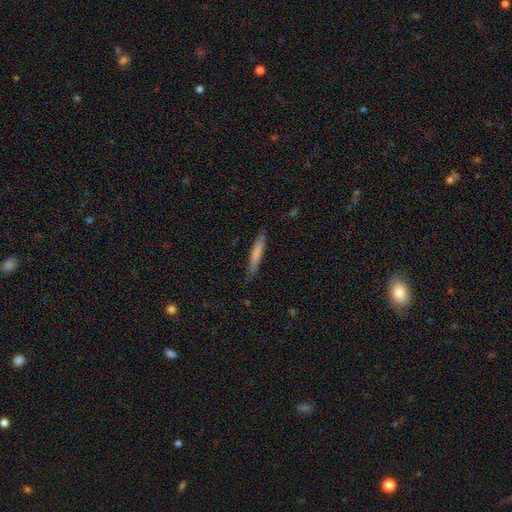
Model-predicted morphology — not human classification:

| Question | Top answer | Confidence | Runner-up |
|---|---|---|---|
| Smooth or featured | smooth | 69% | featured or disk (25%) |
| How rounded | cigar-shaped | 95% | in between (4%) |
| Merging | none | 85% | minor disturbance (12%) |